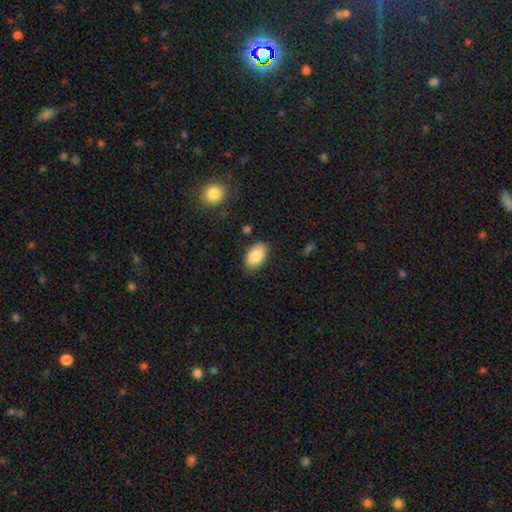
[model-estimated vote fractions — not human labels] Smooth or featured? Predicted: smooth (p=0.85). How rounded? Predicted: in between (p=0.93). Merging? Predicted: none (p=0.83).